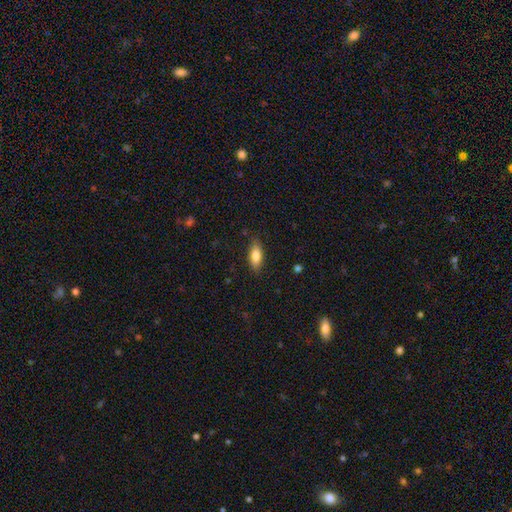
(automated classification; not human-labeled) Smooth or featured? smooth (83%)
How rounded? in between (81%)
Merging? none (83%)